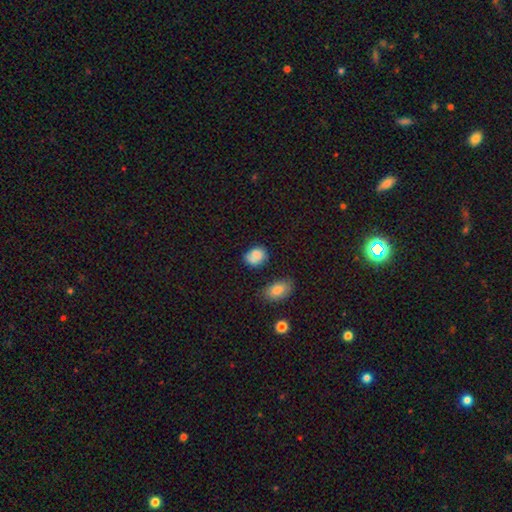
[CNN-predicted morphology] This is likely a smooth galaxy (80%). How rounded: possibly in between (57%). Merging: possibly none (55%).